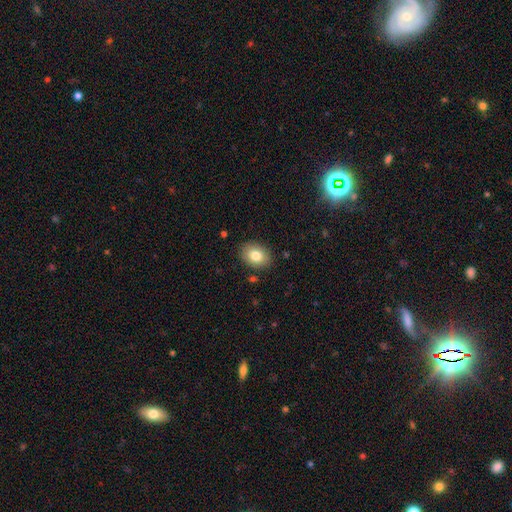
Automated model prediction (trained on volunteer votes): This is clearly a smooth galaxy (81%). How rounded: likely in between (66%). Merging: clearly none (87%).